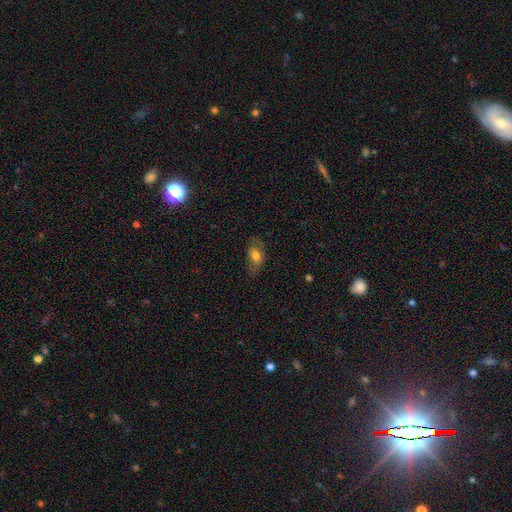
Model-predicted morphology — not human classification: A smooth galaxy with no disk features (68%) that is in between round and cigar-shaped (87%).

Vote fractions:
- Smooth or featured? smooth: 68% / featured or disk: 24% / star or artifact: 9%
- How rounded? in between: 87% / round: 9% / cigar-shaped: 4%
- Merging? none: 65% / minor disturbance: 24% / major disturbance: 9% / merger: 1%